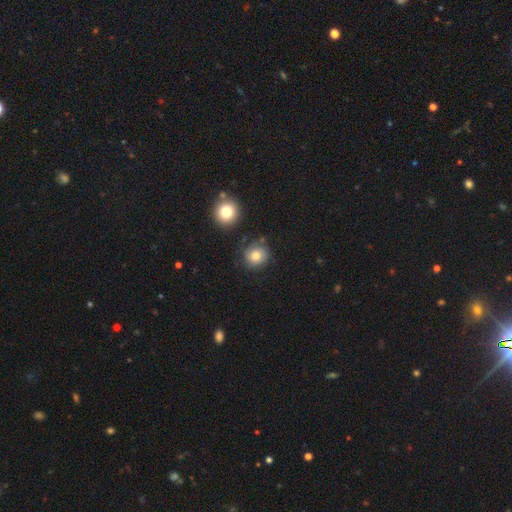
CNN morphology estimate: smooth_or_featured: smooth (p=0.75) [alt: featured or disk p=0.14]
how_rounded: round (p=0.86) [alt: in between p=0.13]
merging: none (p=0.73) [alt: minor disturbance p=0.17]